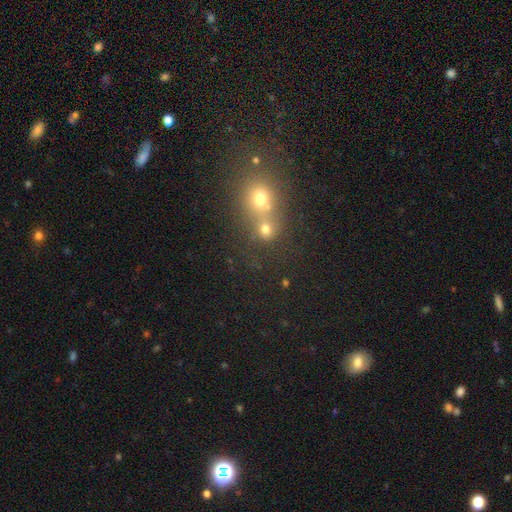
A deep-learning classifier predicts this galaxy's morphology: Smooth or featured? smooth (55%)
How rounded? round (77%)
Merging? merger (49%)